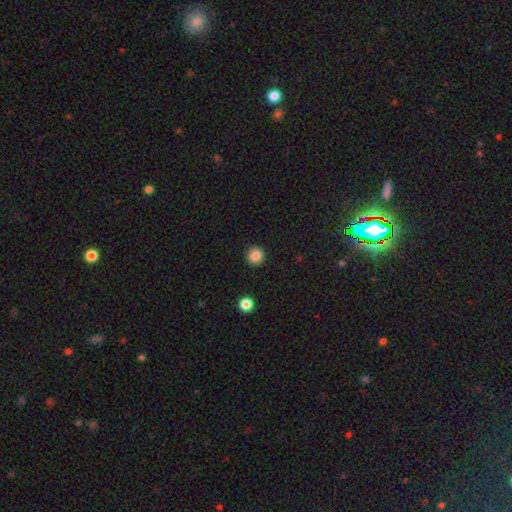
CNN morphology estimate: Smooth or featured? smooth (84%)
How rounded? round (93%)
Merging? none (91%)